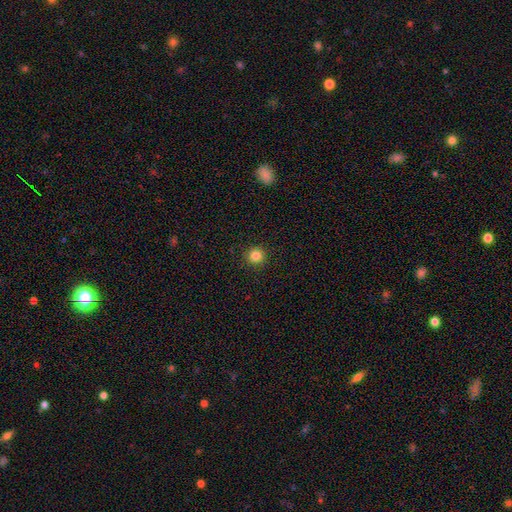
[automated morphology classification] Overall: smooth (83%). How rounded: round (95%). Merging: none (93%).